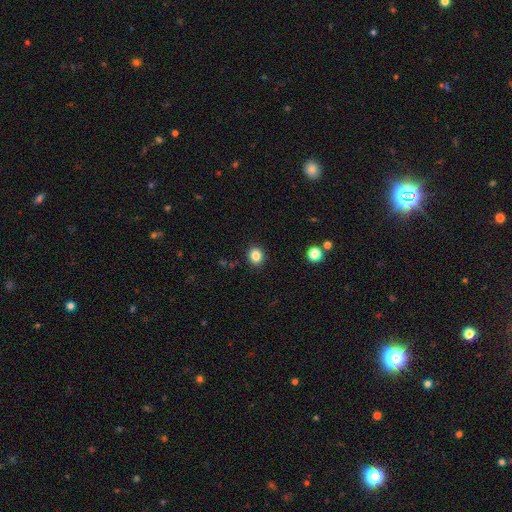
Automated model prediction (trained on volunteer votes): Smooth or featured? smooth (84%)
How rounded? round (75%)
Merging? none (91%)